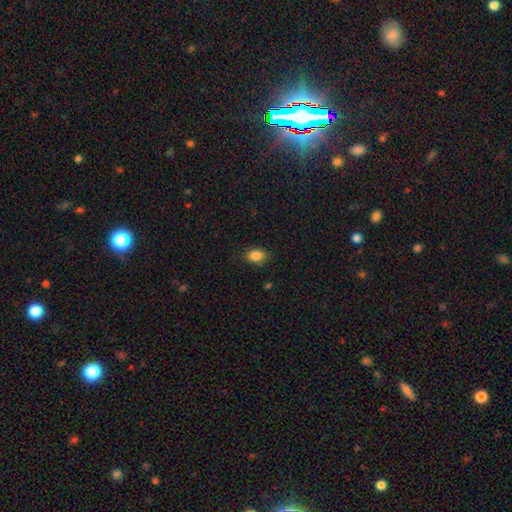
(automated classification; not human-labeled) smooth 86%, star or artifact 9%, featured or disk 5%. Down the decision tree: how rounded — in between (73%); merging — none (82%).